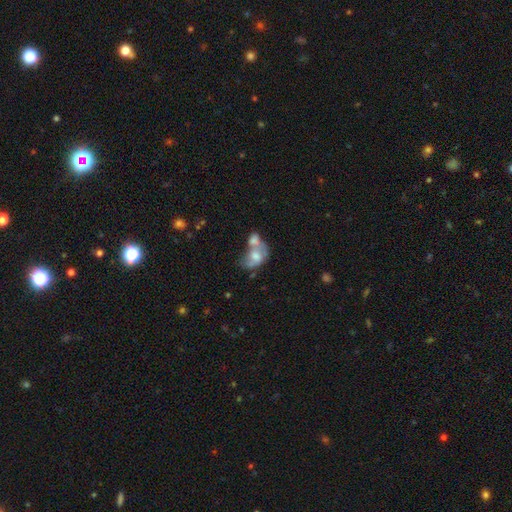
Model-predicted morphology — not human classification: Smooth or featured?
  - smooth: 49% *
  - featured or disk: 43%
  - star or artifact: 9%
Merging?
  - merger: 66% *
  - none: 13%
  - major disturbance: 12%
  - minor disturbance: 9%